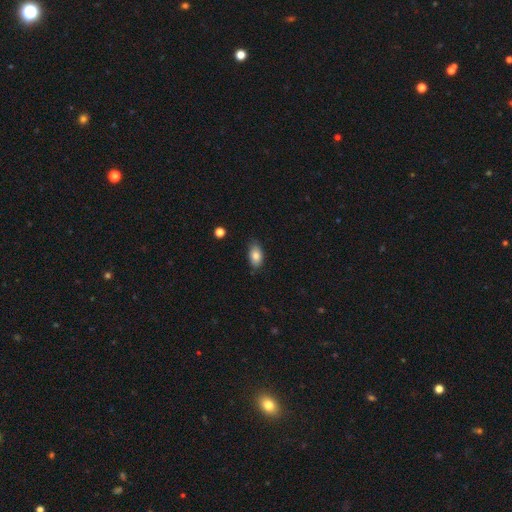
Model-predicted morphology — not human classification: This is clearly a smooth galaxy (82%). How rounded: clearly in between (90%). Merging: likely none (77%).